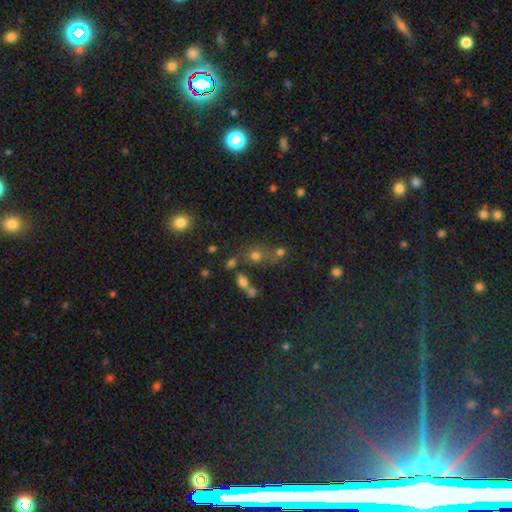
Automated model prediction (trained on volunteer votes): smooth_or_featured: smooth (p=0.62) [alt: star or artifact p=0.26]
how_rounded: round (p=0.73) [alt: in between p=0.26]
merging: none (p=0.53) [alt: merger p=0.28]